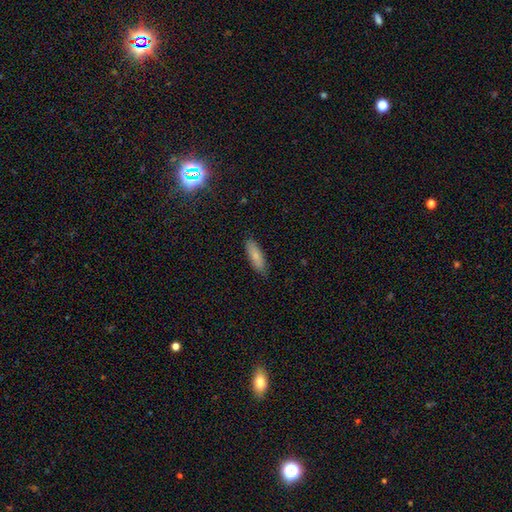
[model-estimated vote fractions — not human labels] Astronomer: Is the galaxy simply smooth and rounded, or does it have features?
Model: smooth — 80%.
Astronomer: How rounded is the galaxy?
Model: in between — 54% (runner-up: cigar-shaped, 44%).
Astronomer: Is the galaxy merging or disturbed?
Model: none — 86%.